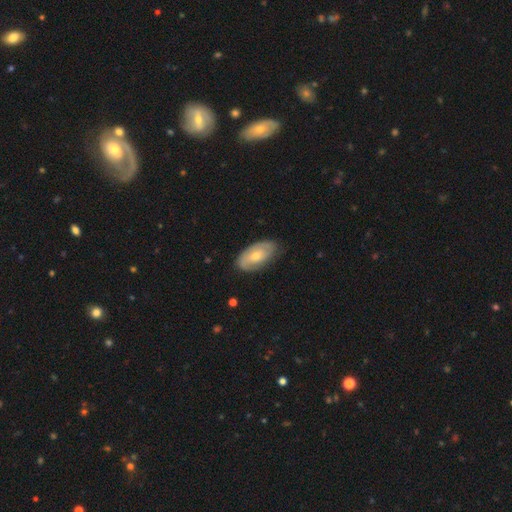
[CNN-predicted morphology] Smooth or featured?
  - featured or disk: 50% *
  - smooth: 44%
  - star or artifact: 6%
Edge-on disk?
  - no: 92% *
  - yes: 8%
Merging?
  - none: 75% *
  - minor disturbance: 20%
  - major disturbance: 4%
  - merger: 1%